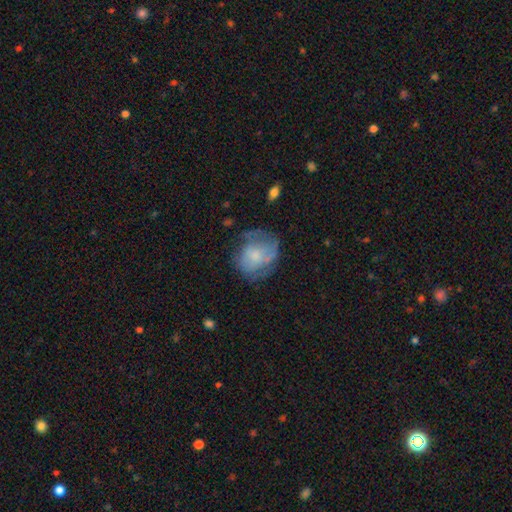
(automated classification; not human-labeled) This is possibly a featured or disk galaxy (46%, tied with smooth). Merging: possibly none (47%).